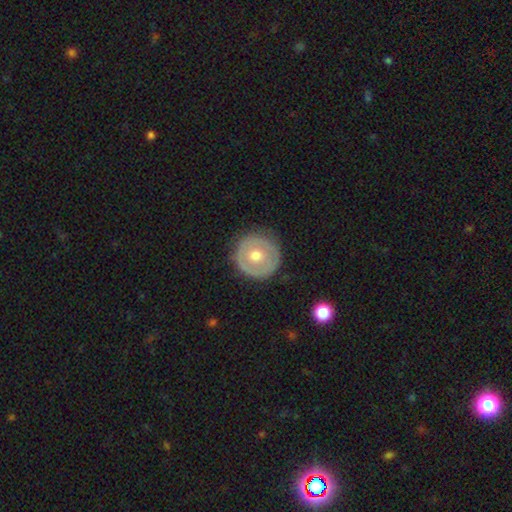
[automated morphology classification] This is possibly a featured or disk galaxy (49%). Merging: clearly none (86%).